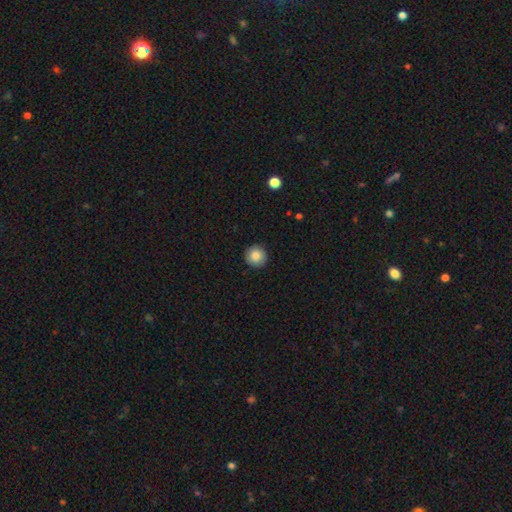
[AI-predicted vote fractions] The model was most divided on "smooth or featured": smooth: 85%, star or artifact: 8%, featured or disk: 6%. More confident: how rounded — round (95%); merging — none (90%).